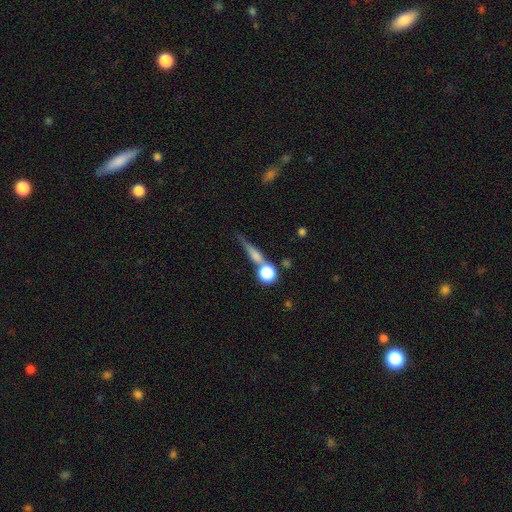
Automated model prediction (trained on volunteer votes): A smooth galaxy with no disk features (53%) that is cigar-shaped (47%). Merging: none (52%).